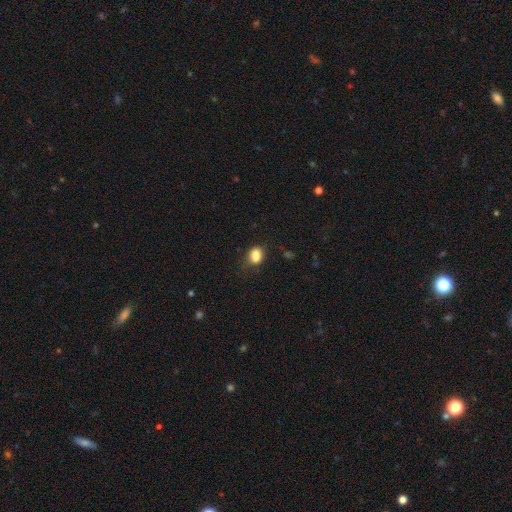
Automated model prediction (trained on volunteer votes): Morphology: type=smooth (80%); roundness=in between (65%); merging=none (49%).